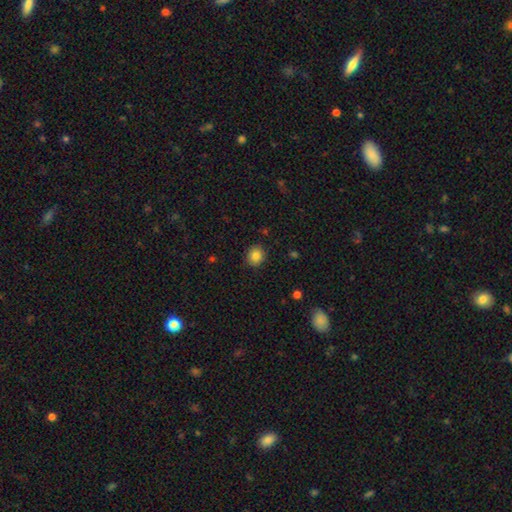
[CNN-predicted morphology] Smooth or featured? Predicted: smooth (p=0.84). How rounded? Predicted: round (p=0.84). Merging? Predicted: none (p=0.89).